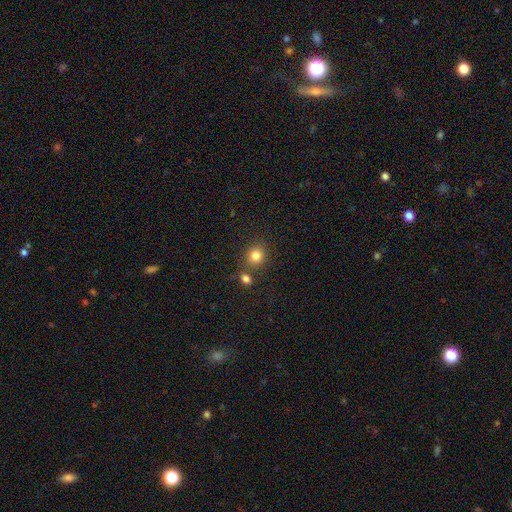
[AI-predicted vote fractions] Q: Smooth or featured?
A: smooth (81%); runner-up: star or artifact (13%)
Q: How rounded?
A: round (83%); runner-up: in between (17%)
Q: Merging?
A: none (74%); runner-up: merger (15%)